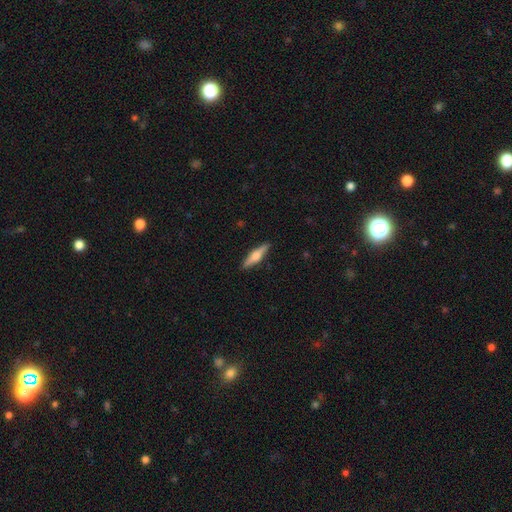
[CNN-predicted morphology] featured or disk 51%, smooth 43%, star or artifact 6%. Down the decision tree: edge-on disk — yes (96%); merging — none (90%).